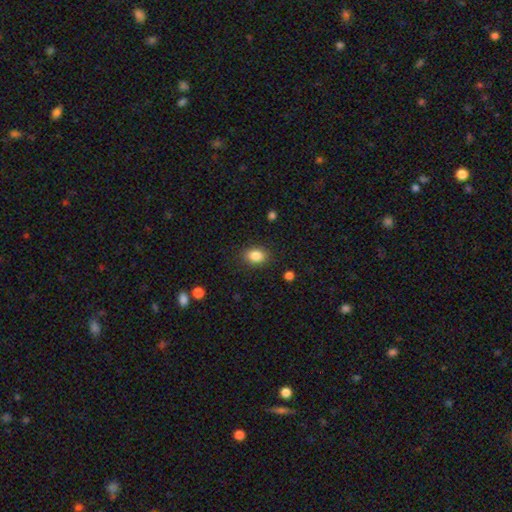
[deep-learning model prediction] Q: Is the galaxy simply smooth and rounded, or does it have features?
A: smooth — 86%.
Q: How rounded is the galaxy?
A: in between — 67%.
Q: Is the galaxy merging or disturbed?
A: none — 87%.